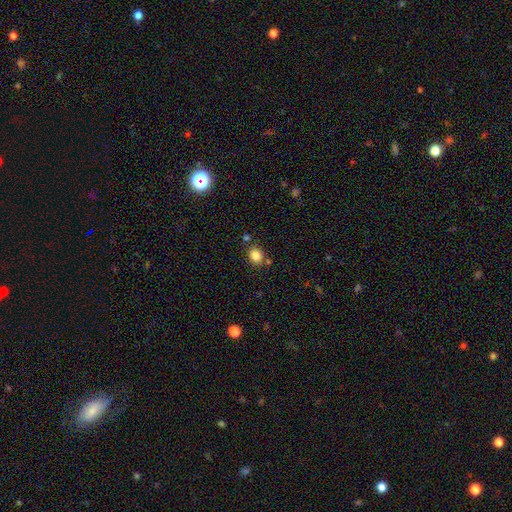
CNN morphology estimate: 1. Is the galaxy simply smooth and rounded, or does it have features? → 84% smooth, 11% star or artifact, 5% featured or disk.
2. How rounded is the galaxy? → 65% round, 34% in between, 1% cigar-shaped.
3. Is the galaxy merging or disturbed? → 79% none, 11% minor disturbance, 7% merger, 3% major disturbance.